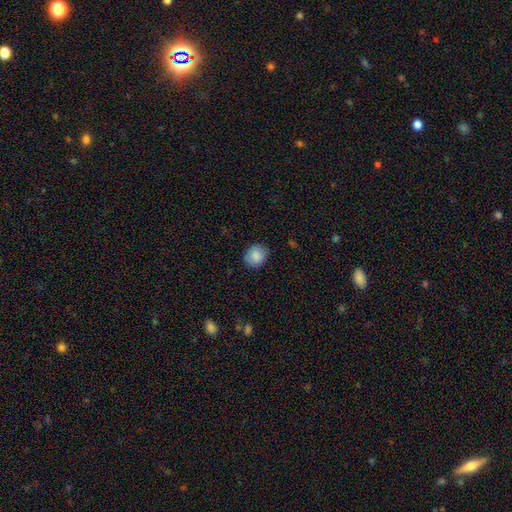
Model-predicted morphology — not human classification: smooth-or-featured: smooth: 86% | star or artifact: 8% | featured or disk: 6%
  how-rounded: round: 70% | in between: 29% | cigar-shaped: 1%
  merging: none: 84% | minor disturbance: 12% | major disturbance: 3% | merger: 1%